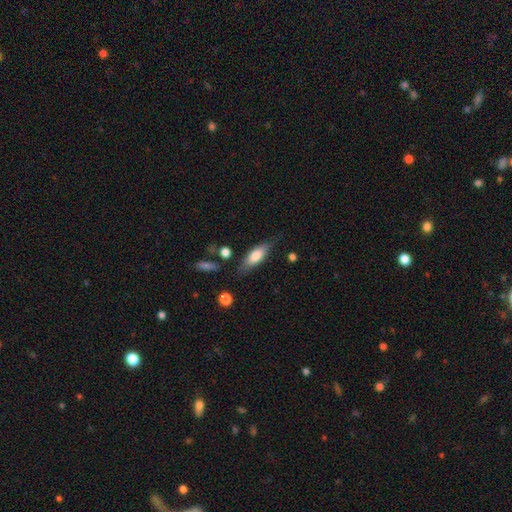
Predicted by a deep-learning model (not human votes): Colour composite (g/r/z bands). It shows a smooth galaxy with no disk features (70%) that is in between round and cigar-shaped (67%). Merging: none (70%).